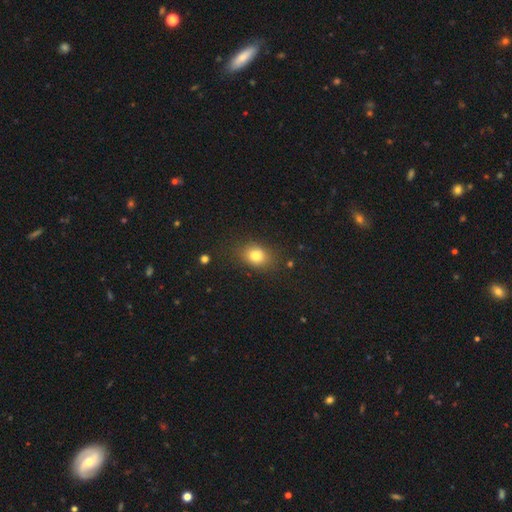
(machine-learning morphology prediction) The model was most divided on "how rounded": in between: 55%, round: 43%, cigar-shaped: 1%. More confident: merging — none (80%); smooth or featured — smooth (79%).